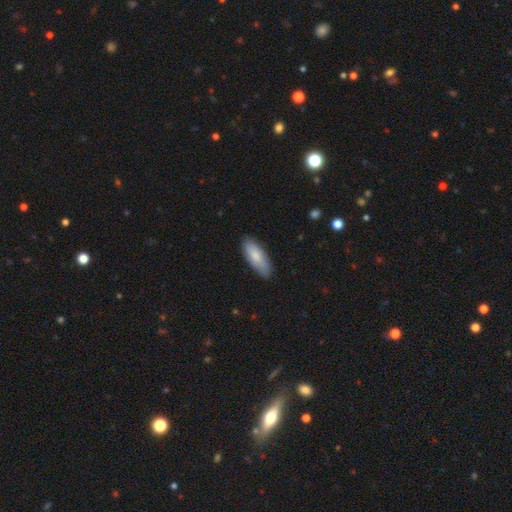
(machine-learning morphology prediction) smooth-or-featured: smooth: 82% | featured or disk: 13% | star or artifact: 5%
  how-rounded: in between: 73% | cigar-shaped: 25% | round: 2%
  merging: none: 84% | minor disturbance: 13% | major disturbance: 2% | merger: 1%